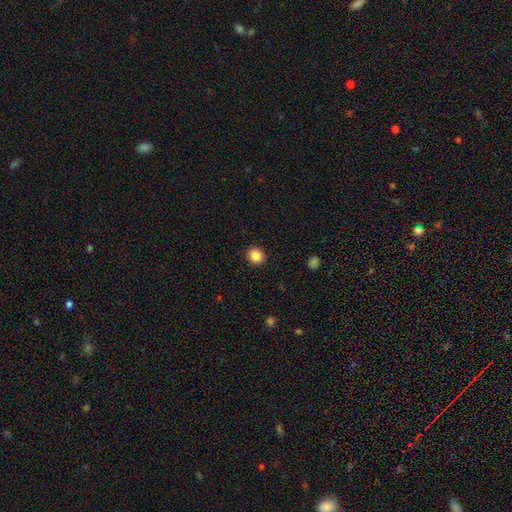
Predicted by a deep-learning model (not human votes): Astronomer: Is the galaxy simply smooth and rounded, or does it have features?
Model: smooth — 87%.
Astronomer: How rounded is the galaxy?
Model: round — 89%.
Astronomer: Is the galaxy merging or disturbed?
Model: none — 92%.